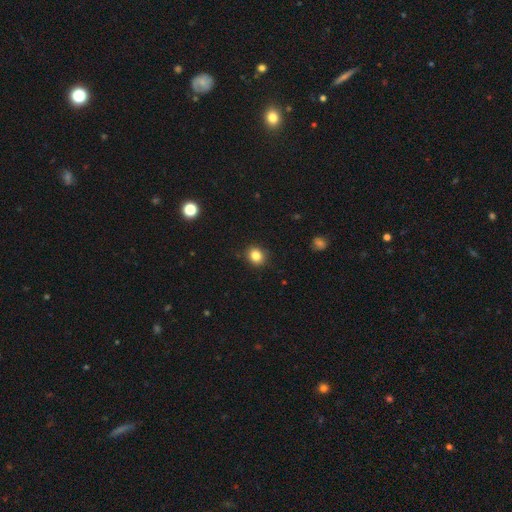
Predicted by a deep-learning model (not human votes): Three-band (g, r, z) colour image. It shows a smooth galaxy with no disk features (84%) that is round (77%). Merging: none (89%).